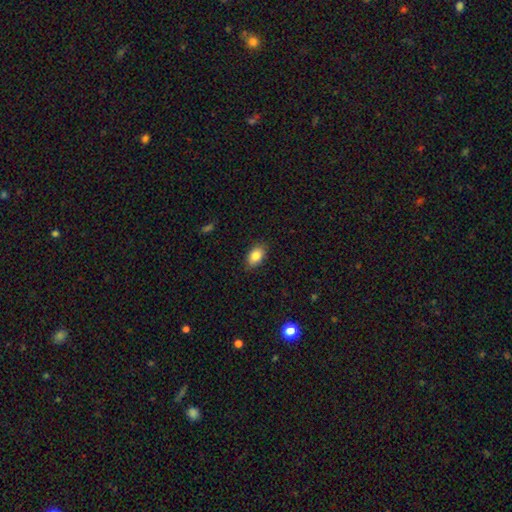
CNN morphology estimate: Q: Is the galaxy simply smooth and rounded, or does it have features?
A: smooth — 85%.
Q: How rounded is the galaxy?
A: in between — 90%.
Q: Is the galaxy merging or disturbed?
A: none — 87%.